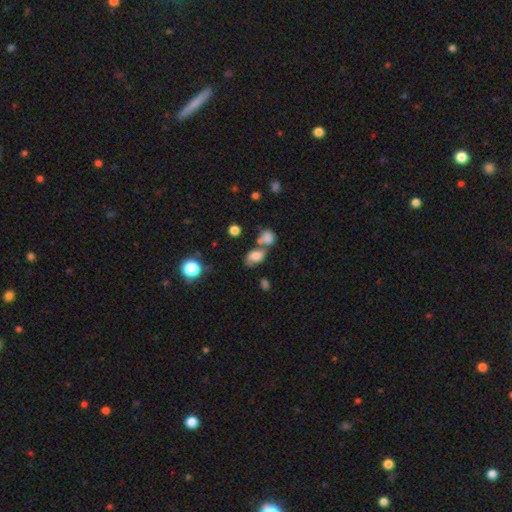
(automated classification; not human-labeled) Smooth or featured? Predicted: smooth (p=0.72). How rounded? Predicted: in between (p=0.80). Merging? Predicted: none (p=0.41).